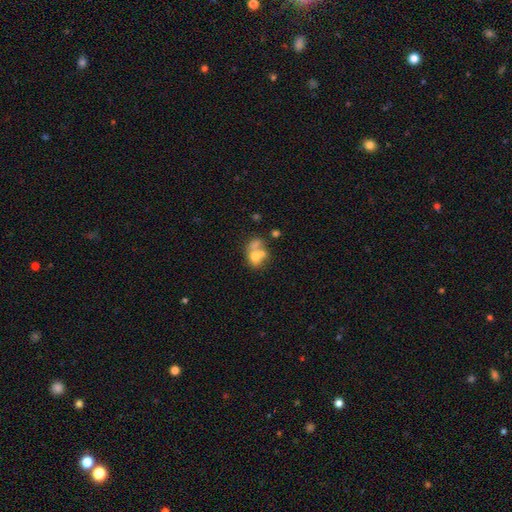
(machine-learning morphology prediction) smooth-or-featured: smooth: 60% | featured or disk: 28% | star or artifact: 12%
  how-rounded: in between: 49% (tied) | round: 49% (tied) | cigar-shaped: 1%
  merging: merger: 56% | none: 25% | minor disturbance: 10% | major disturbance: 9%